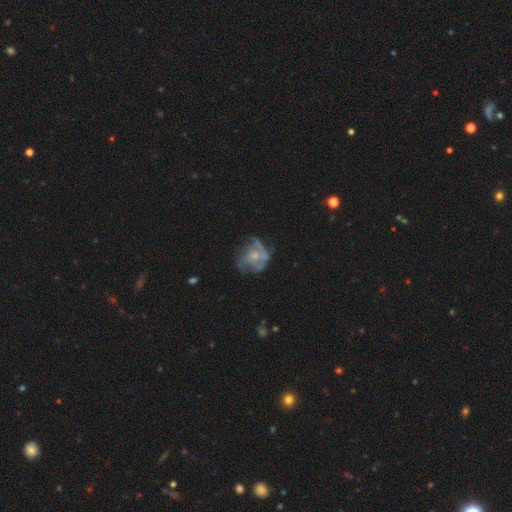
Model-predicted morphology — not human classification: Smooth or featured? featured or disk (65%)
Edge-on disk? no (98%)
Bar? no (82%)
Spiral arms? yes (60%)
Bulge size? small (55%)
Merging? none (47%)